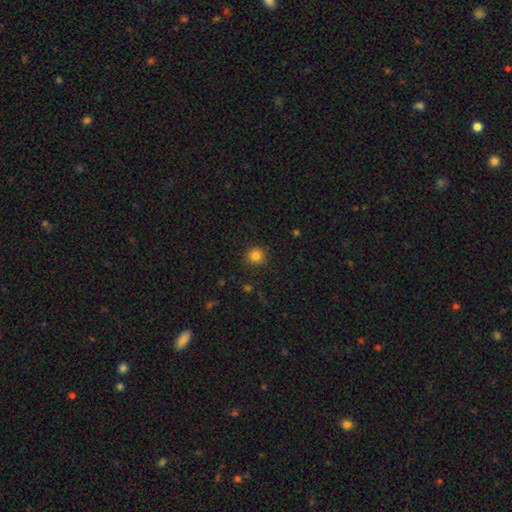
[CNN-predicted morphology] A smooth galaxy with no disk features (83%) that is round (94%). Merging: none (90%).